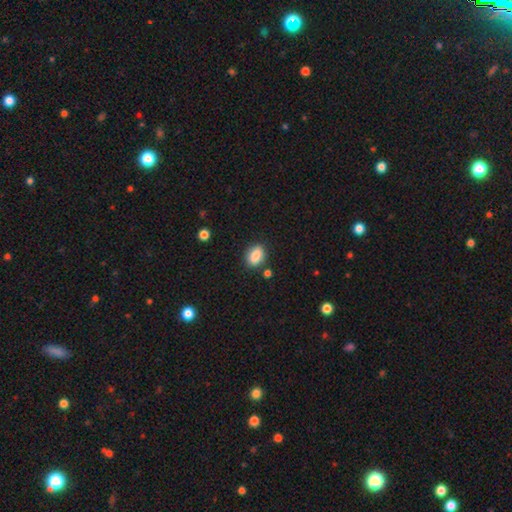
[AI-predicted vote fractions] Smooth or featured? smooth (86%)
How rounded? in between (79%)
Merging? none (82%)